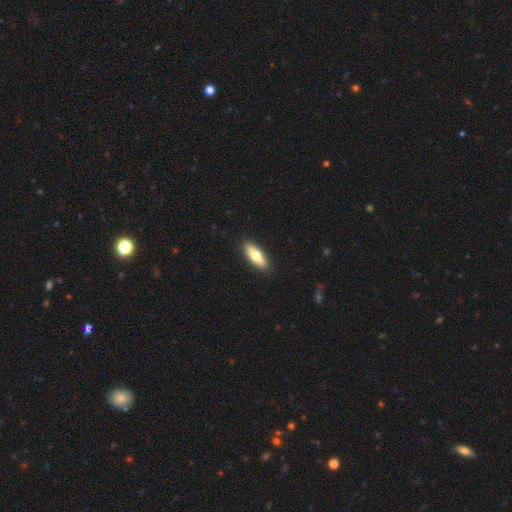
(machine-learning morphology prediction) The model was most divided on "how rounded": in between: 60%, cigar-shaped: 38%, round: 2%. More confident: merging — none (91%); smooth or featured — smooth (71%).